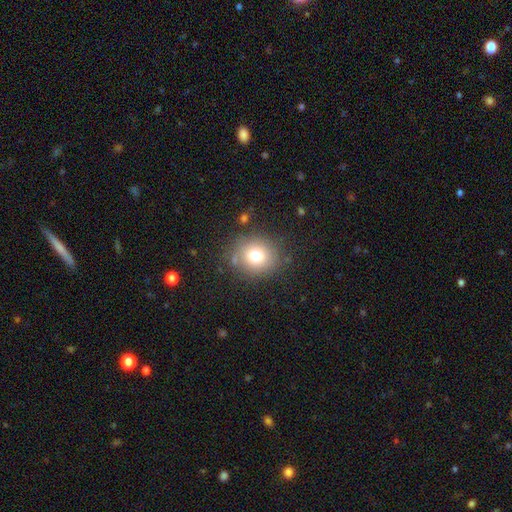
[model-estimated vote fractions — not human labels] The model was most divided on "smooth or featured": smooth: 74%, star or artifact: 14%, featured or disk: 12%. More confident: how rounded — round (81%); merging — none (80%).